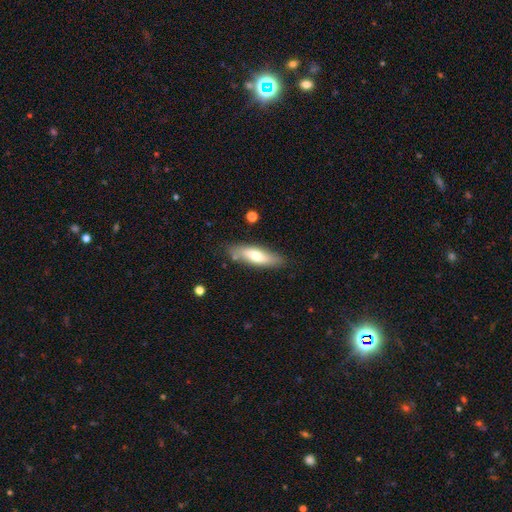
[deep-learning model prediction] smooth-or-featured: smooth: 64% | featured or disk: 30% | star or artifact: 6%
  how-rounded: cigar-shaped: 53% | in between: 45% | round: 2%
  merging: none: 80% | minor disturbance: 14% | merger: 3% | major disturbance: 3%